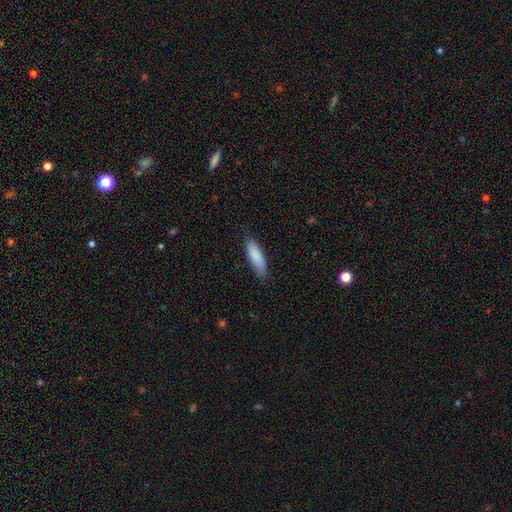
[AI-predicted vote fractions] A smooth galaxy with no disk features (87%) that is cigar-shaped (52%). Merging: none (82%).